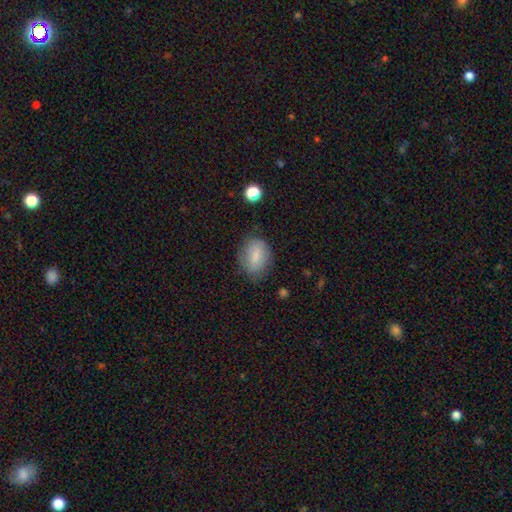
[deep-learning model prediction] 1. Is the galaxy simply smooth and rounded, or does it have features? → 79% smooth, 13% featured or disk, 8% star or artifact.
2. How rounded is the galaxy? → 71% in between, 27% round, 2% cigar-shaped.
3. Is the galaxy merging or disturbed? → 71% none, 21% minor disturbance, 6% major disturbance, 2% merger.